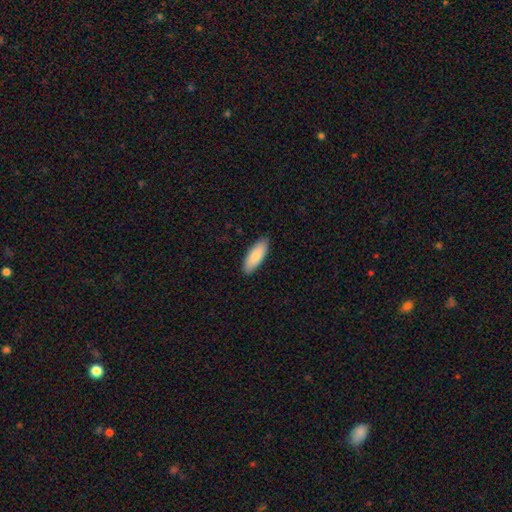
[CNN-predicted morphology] A smooth galaxy with no disk features (85%) that is in between round and cigar-shaped (71%).

Vote fractions:
- Smooth or featured? smooth: 85% / featured or disk: 10% / star or artifact: 5%
- How rounded? in between: 71% / cigar-shaped: 27% / round: 2%
- Merging? none: 89% / minor disturbance: 8% / major disturbance: 2% / merger: 1%